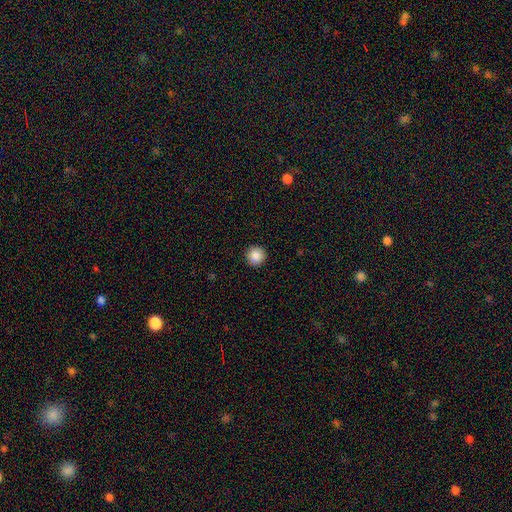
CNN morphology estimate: Overall: smooth (88%). How rounded: round (96%). Merging: none (93%).